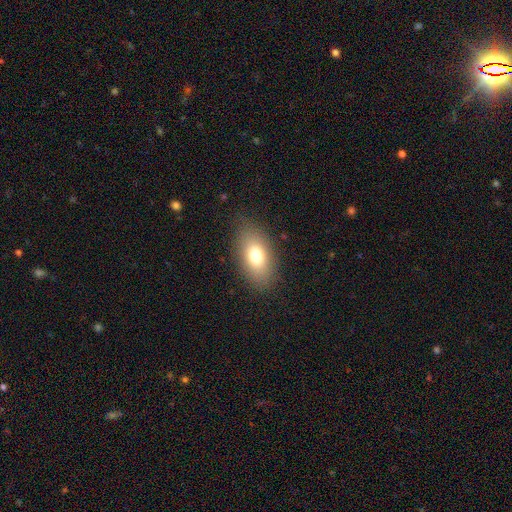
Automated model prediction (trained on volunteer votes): smooth_or_featured: smooth (p=0.74) [alt: featured or disk p=0.16]
how_rounded: in between (p=0.89) [alt: round p=0.08]
merging: none (p=0.83) [alt: minor disturbance p=0.12]